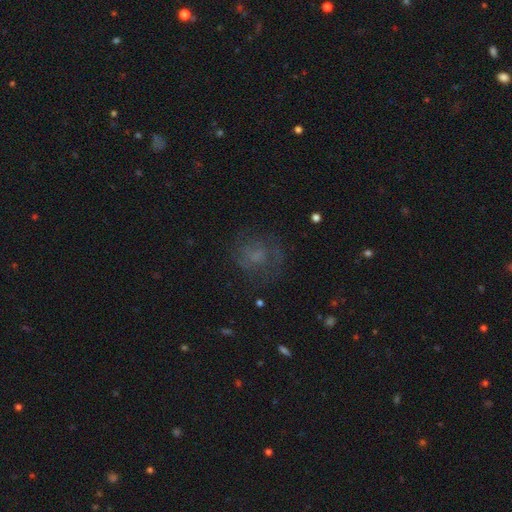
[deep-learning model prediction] Smooth or featured? smooth (45%)
Merging? none (64%)